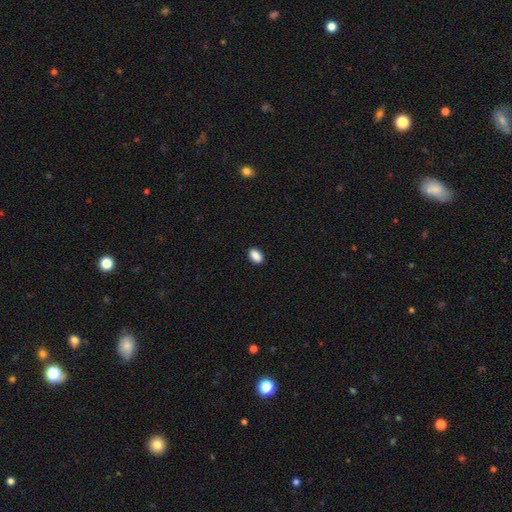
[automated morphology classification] Smooth or featured? Predicted: smooth (p=0.89). How rounded? Predicted: in between (p=0.89). Merging? Predicted: none (p=0.90).